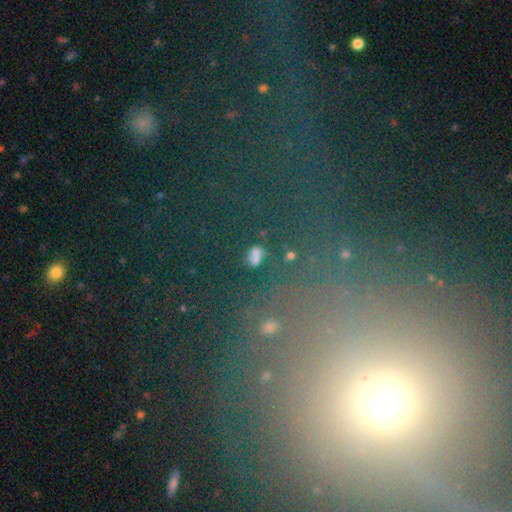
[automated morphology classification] Overall: smooth (52%; star or artifact 35%). How rounded: in between (64%; round 31%). Merging: none (51%; merger 20%).